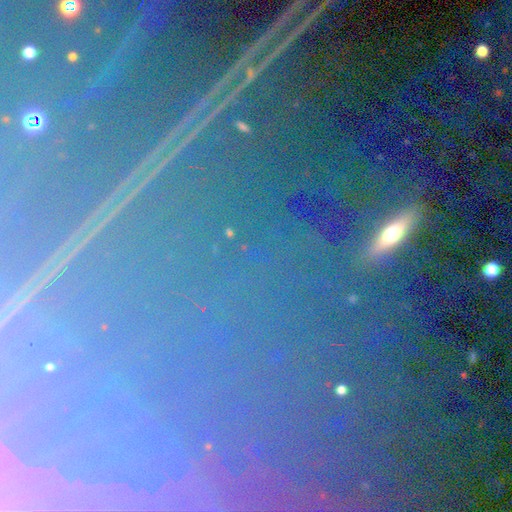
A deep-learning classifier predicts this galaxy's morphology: smooth-or-featured: star or artifact: 64% | smooth: 22% | featured or disk: 14%